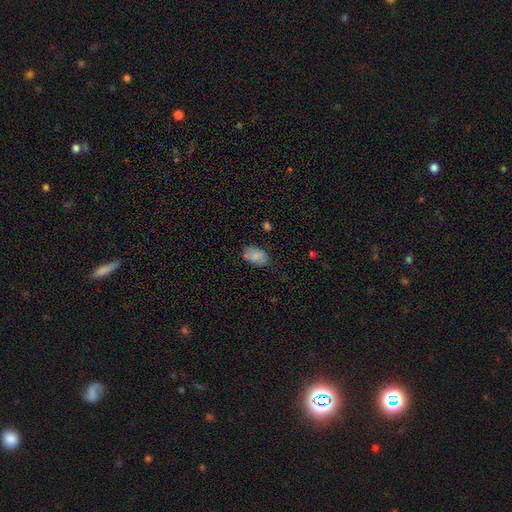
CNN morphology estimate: A smooth galaxy with no disk features (85%) that is in between round and cigar-shaped (90%). Merging: none (76%).